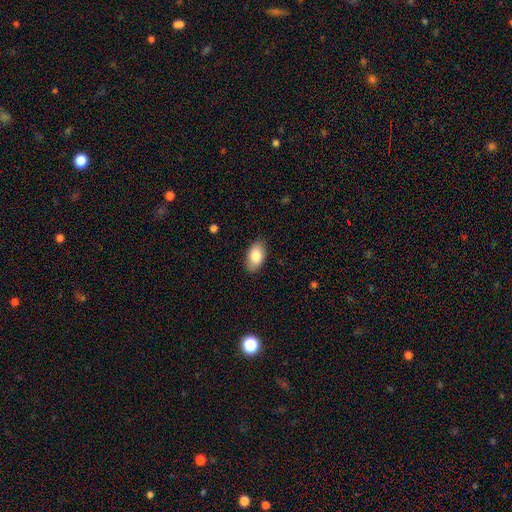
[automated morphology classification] This appears to be a smooth galaxy with no disk features (85%) that is in between round and cigar-shaped (94%). Merging: none (87%).